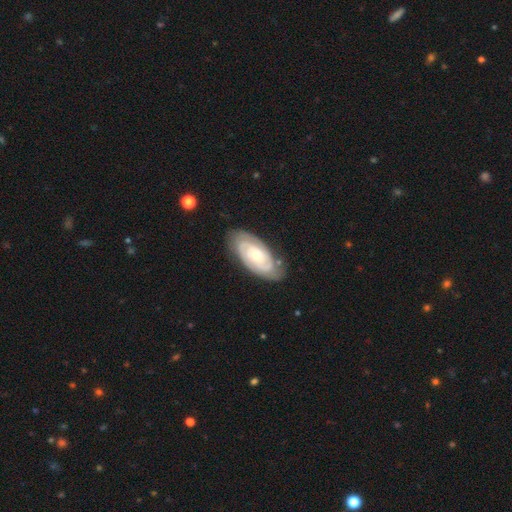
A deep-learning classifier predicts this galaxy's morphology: type=featured or disk (80%); edge-on=no (95%); bar=no (73%); spiral arms=yes (93%); winding=tight (75%); arm count=2 (60%); bulge=small (62%); merging=none (77%).